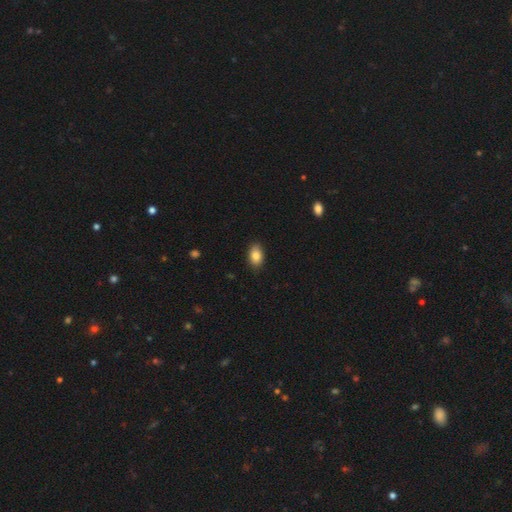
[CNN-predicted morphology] A smooth galaxy with no disk features (85%) that is in between round and cigar-shaped (89%).

Vote fractions:
- Smooth or featured? smooth: 85% / star or artifact: 8% / featured or disk: 7%
- How rounded? in between: 89% / round: 9% / cigar-shaped: 1%
- Merging? none: 87% / minor disturbance: 10% / major disturbance: 2% / merger: 1%